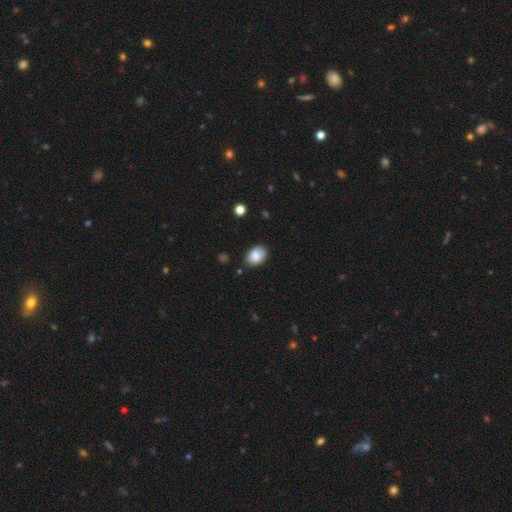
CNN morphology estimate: The model was most divided on "how rounded": in between: 79%, round: 20%, cigar-shaped: 1%. More confident: smooth or featured — smooth (84%); merging — none (80%).